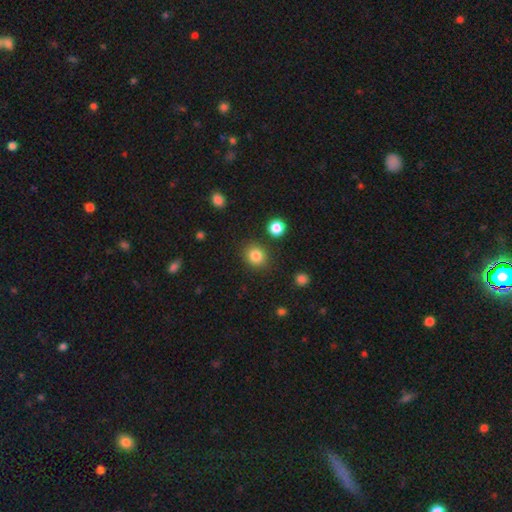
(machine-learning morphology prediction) This appears to be a smooth galaxy with no disk features (84%) that is round (77%). Merging: none (85%).